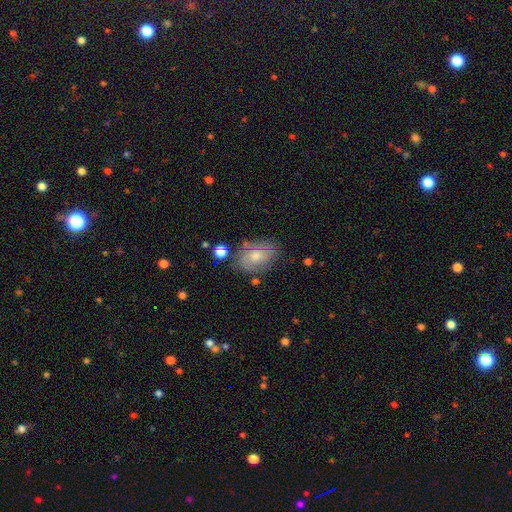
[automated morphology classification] This is possibly a featured or disk galaxy (46%). Merging: likely none (72%).